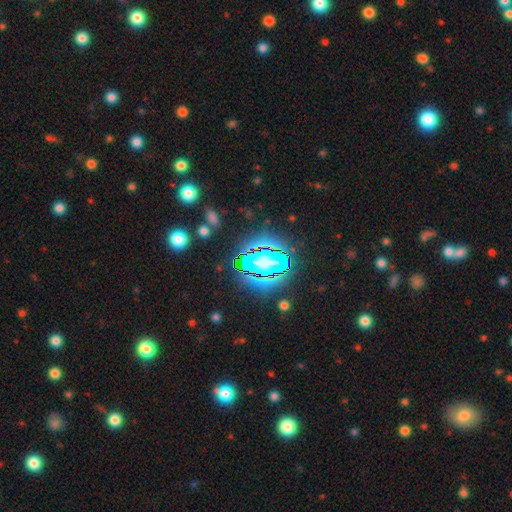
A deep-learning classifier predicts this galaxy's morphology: smooth_or_featured: star or artifact (p=0.69) [alt: smooth p=0.16]